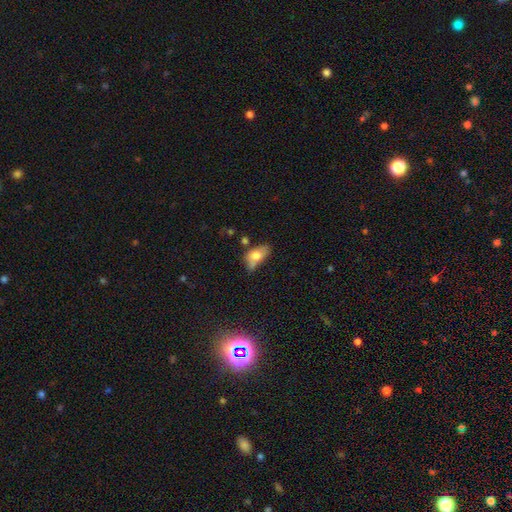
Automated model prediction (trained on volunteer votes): Overall: smooth (67%). How rounded: in between (88%). Merging: none (40%; minor disturbance 32%).